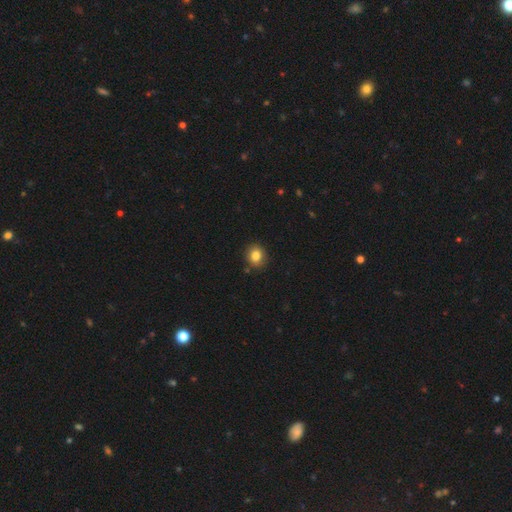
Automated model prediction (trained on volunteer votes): Morphology: type=smooth (83%); roundness=round (74%); merging=none (87%).